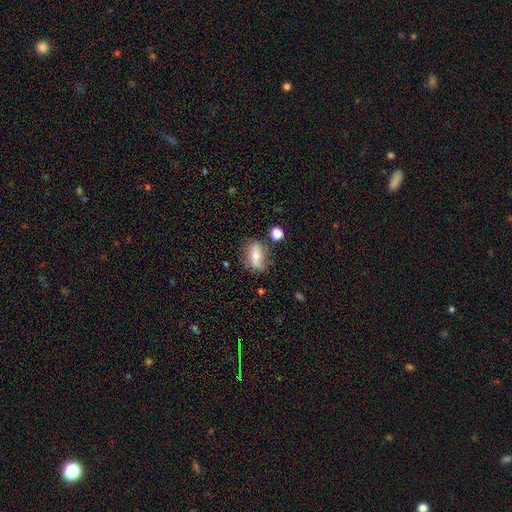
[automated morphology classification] A smooth galaxy with no disk features (55%) that is in between round and cigar-shaped (75%).

Vote fractions:
- Smooth or featured? smooth: 55% / featured or disk: 36% / star or artifact: 9%
- How rounded? in between: 75% / round: 14% / cigar-shaped: 11%
- Merging? none: 72% / minor disturbance: 18% / major disturbance: 6% / merger: 5%